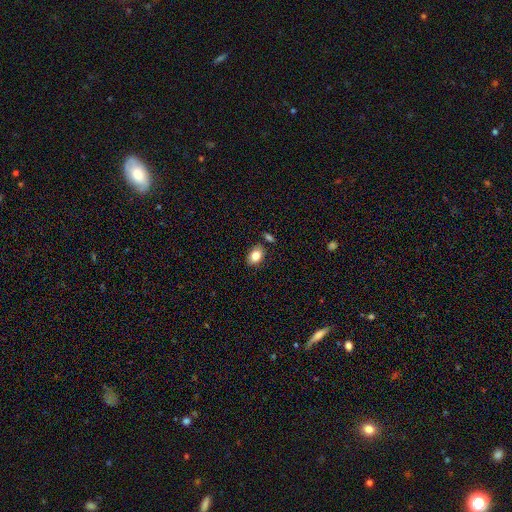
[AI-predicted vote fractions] smooth_or_featured: smooth (p=0.84) [alt: featured or disk p=0.08]
how_rounded: in between (p=0.82) [alt: round p=0.17]
merging: none (p=0.80) [alt: minor disturbance p=0.12]